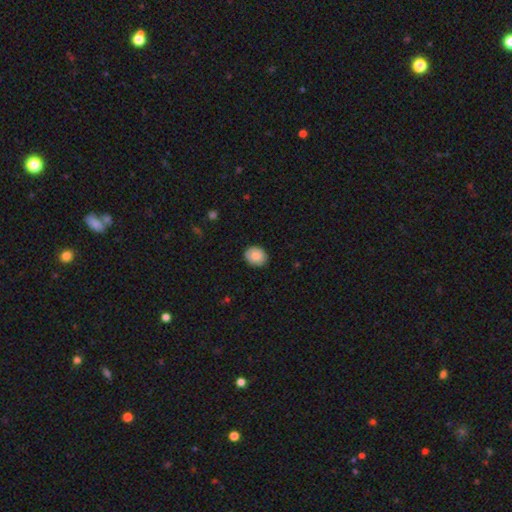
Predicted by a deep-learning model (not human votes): smooth 85%, featured or disk 8%, star or artifact 7%. Down the decision tree: how rounded — round (60%); merging — none (89%).